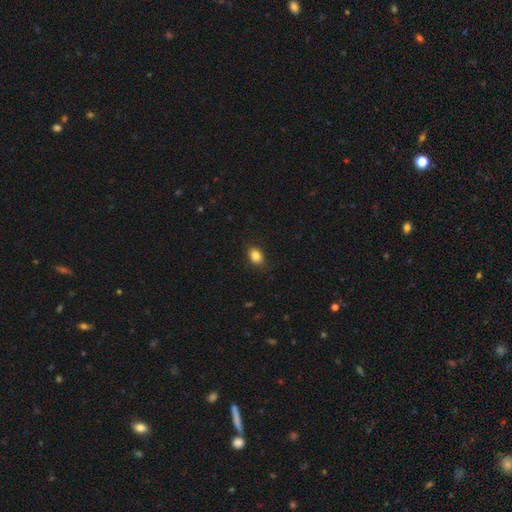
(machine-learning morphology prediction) smooth 85%, star or artifact 10%, featured or disk 5%. Down the decision tree: how rounded — in between (70%); merging — none (84%).